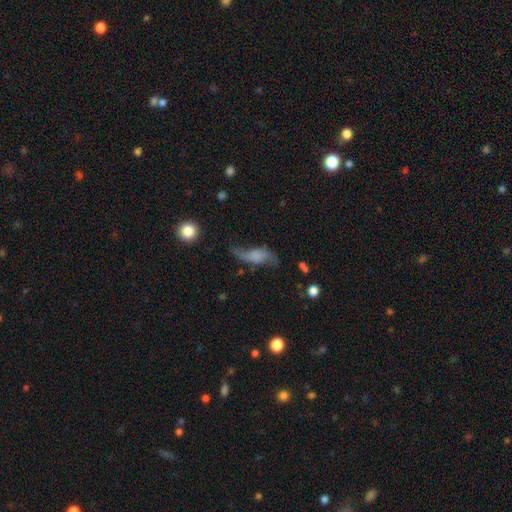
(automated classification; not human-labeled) Smooth or featured: featured or disk — 62% (smooth — 29%)
Edge-on disk: no — 89% (yes — 11%)
Bar: no — 66% (weak — 27%)
Spiral arms: yes — 89% (no — 11%)
Bulge size: none — 55% (small — 19%)
Merging: none — 51% (minor disturbance — 26%)